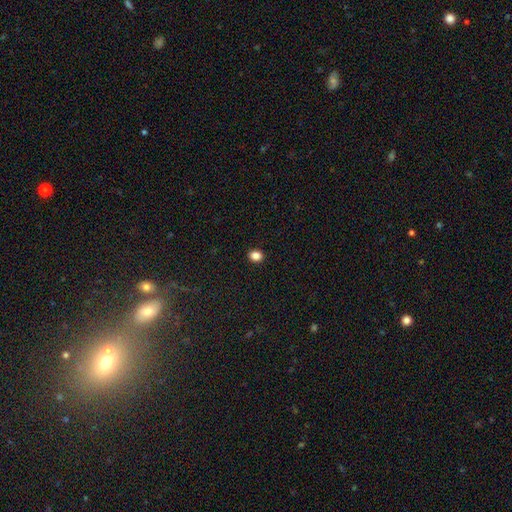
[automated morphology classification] Smooth or featured?
  - smooth: 85% *
  - star or artifact: 11%
  - featured or disk: 3%
How rounded?
  - round: 60% *
  - in between: 39%
  - cigar-shaped: 1%
Merging?
  - none: 92% *
  - minor disturbance: 6%
  - major disturbance: 2%
  - merger: 1%